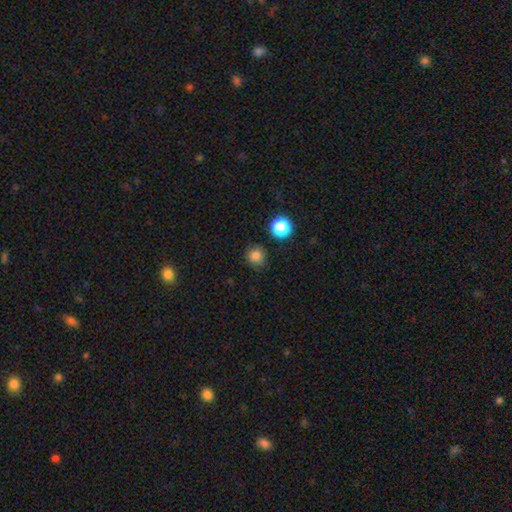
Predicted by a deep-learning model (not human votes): smooth-or-featured: smooth: 82% | star or artifact: 14% | featured or disk: 4%
  how-rounded: round: 91% | in between: 8% | cigar-shaped: 1%
  merging: none: 87% | minor disturbance: 8% | major disturbance: 2% | merger: 2%